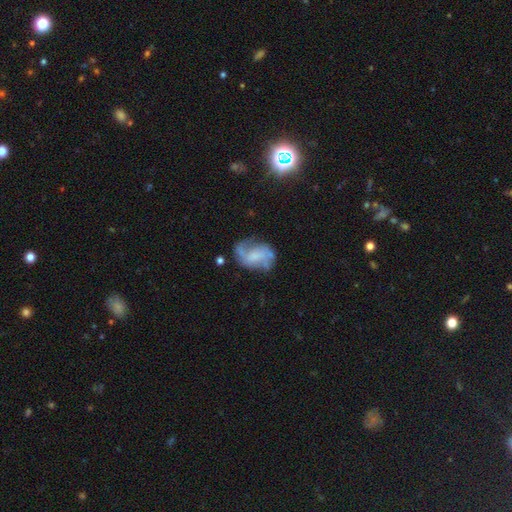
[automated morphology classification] This appears to be a featured or disk galaxy (71%) with no bar (50%), 2 (70%) loose (44%) spiral arms (85%) and no central bulge (44%). Merging: none (56%).